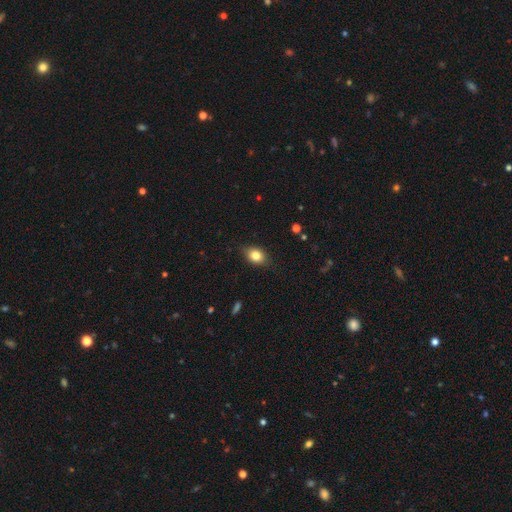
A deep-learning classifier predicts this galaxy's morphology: Smooth or featured?
  - smooth: 80% *
  - featured or disk: 11%
  - star or artifact: 9%
How rounded?
  - in between: 68% *
  - round: 30%
  - cigar-shaped: 2%
Merging?
  - none: 79% *
  - minor disturbance: 17%
  - major disturbance: 3%
  - merger: 1%